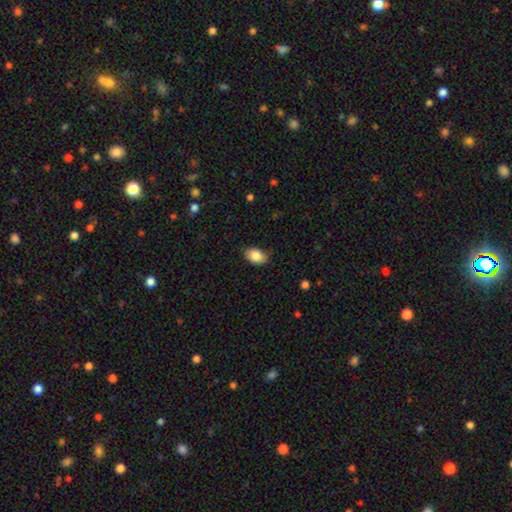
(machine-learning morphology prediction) A smooth galaxy with no disk features (86%) that is in between round and cigar-shaped (85%). Merging: none (78%).